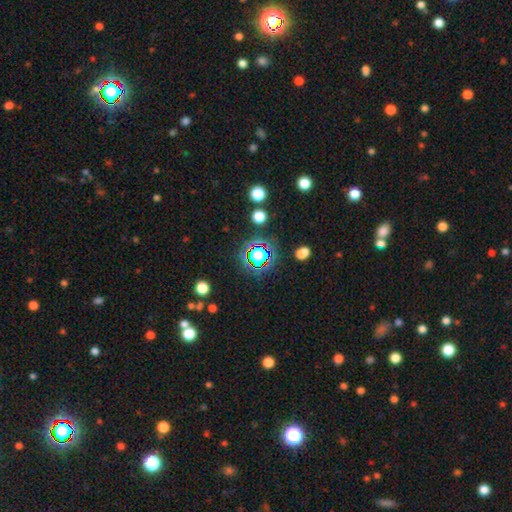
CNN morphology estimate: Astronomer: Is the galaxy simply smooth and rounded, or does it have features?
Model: star or artifact — 75%.